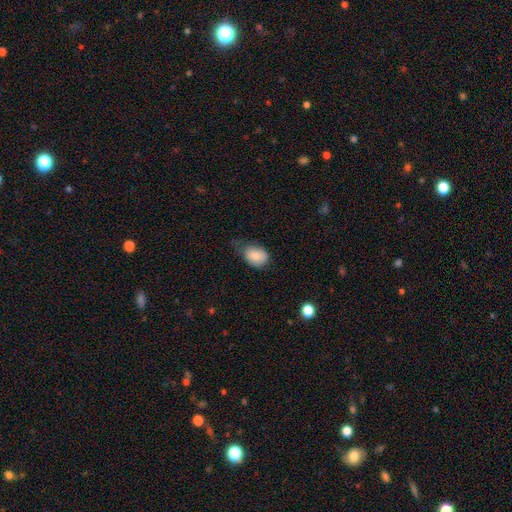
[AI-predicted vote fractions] This appears to be a smooth galaxy with no disk features (82%) that is in between round and cigar-shaped (72%). Merging: minor disturbance (41%).